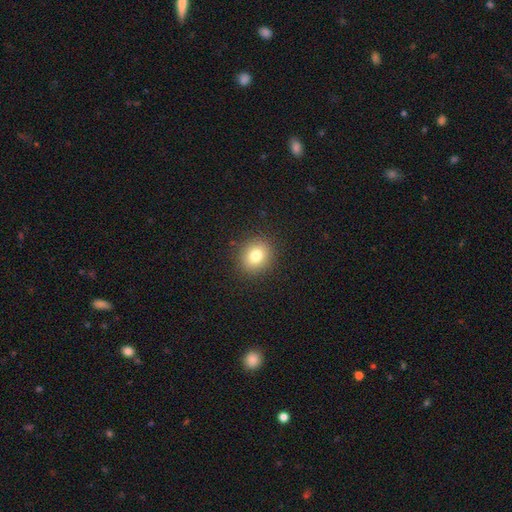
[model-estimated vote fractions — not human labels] smooth 79%, star or artifact 12%, featured or disk 9%. Down the decision tree: how rounded — round (74%); merging — none (90%).